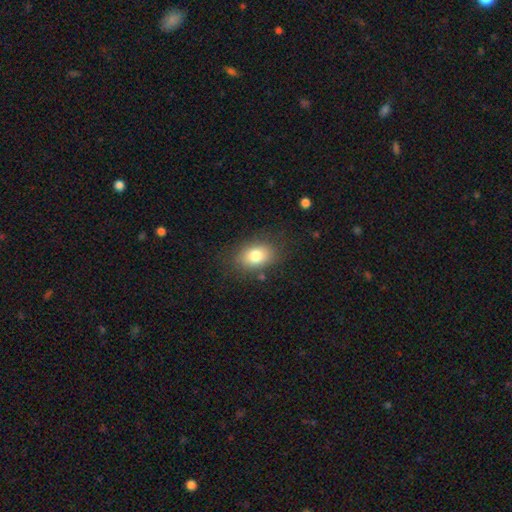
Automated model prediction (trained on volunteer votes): This appears to be a smooth galaxy with no disk features (80%) that is in between round and cigar-shaped (78%). Merging: none (80%).